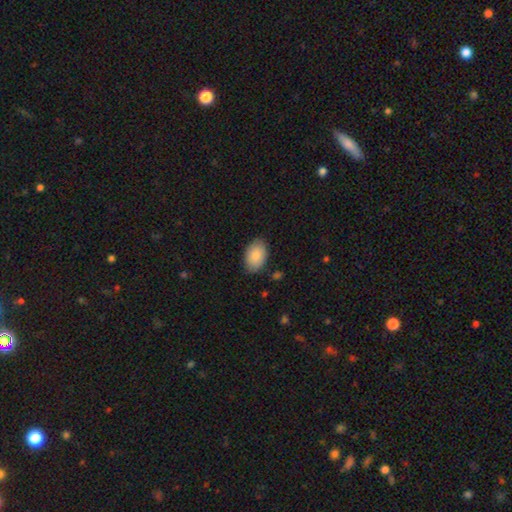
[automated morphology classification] The model was most divided on "merging": none: 83%, minor disturbance: 13%, major disturbance: 3%, merger: 1%. More confident: how rounded — in between (91%); smooth or featured — smooth (87%).